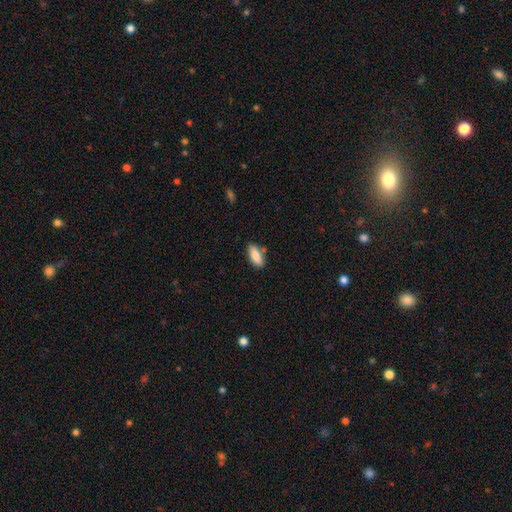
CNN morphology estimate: Smooth or featured?
  - smooth: 86% *
  - featured or disk: 8%
  - star or artifact: 6%
How rounded?
  - in between: 75% *
  - cigar-shaped: 23%
  - round: 2%
Merging?
  - none: 77% *
  - minor disturbance: 14%
  - merger: 6%
  - major disturbance: 3%